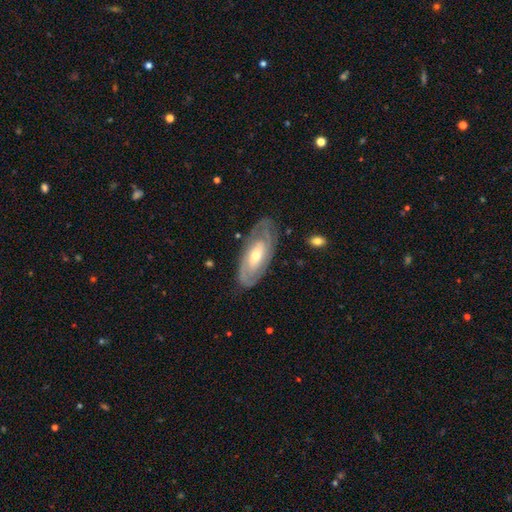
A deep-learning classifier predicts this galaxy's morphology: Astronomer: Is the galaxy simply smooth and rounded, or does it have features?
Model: featured or disk — 78%.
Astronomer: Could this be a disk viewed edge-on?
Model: no — 91%.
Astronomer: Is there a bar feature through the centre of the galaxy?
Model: no — 58%.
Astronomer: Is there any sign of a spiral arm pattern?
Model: yes — 84%.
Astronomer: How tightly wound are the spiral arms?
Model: tight — 68%.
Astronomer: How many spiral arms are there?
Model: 2 — 51% (runner-up: can't tell, 34%).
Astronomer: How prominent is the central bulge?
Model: moderate — 59% (runner-up: small, 35%).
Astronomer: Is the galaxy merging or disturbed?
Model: none — 78%.